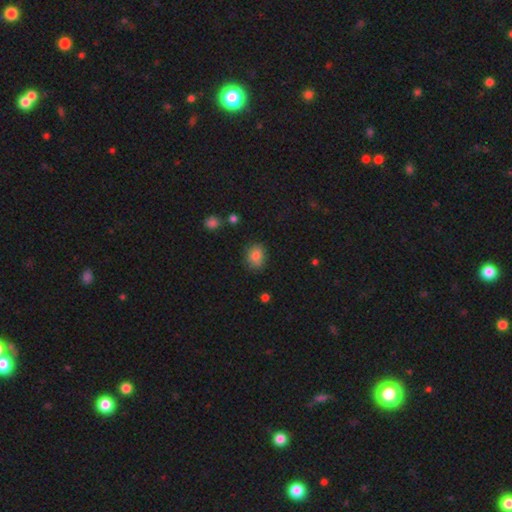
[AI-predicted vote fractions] Smooth or featured? Predicted: smooth (p=0.82). How rounded? Predicted: round (p=0.55). Merging? Predicted: none (p=0.78).